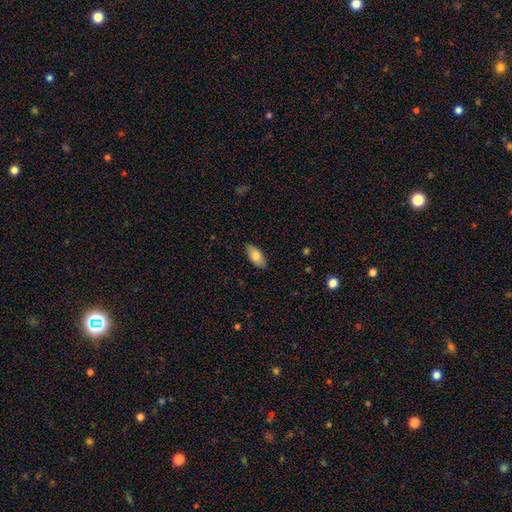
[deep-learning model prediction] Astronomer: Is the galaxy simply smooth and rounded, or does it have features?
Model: smooth — 81%.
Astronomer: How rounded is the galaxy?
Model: in between — 90%.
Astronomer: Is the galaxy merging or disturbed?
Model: none — 87%.